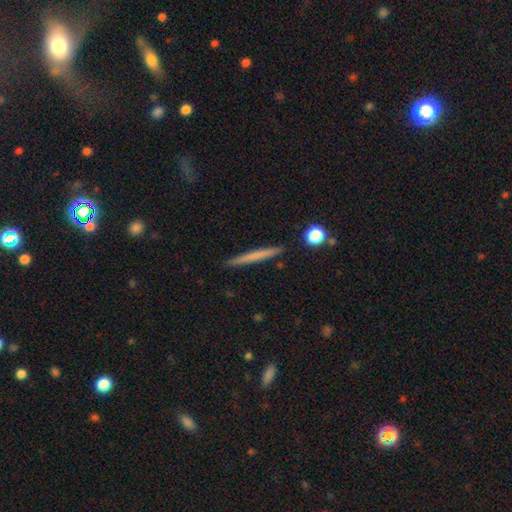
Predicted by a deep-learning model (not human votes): Smooth or featured?
  - smooth: 61% *
  - featured or disk: 32%
  - star or artifact: 6%
How rounded?
  - cigar-shaped: 96% *
  - in between: 2%
  - round: 2%
Merging?
  - none: 91% *
  - minor disturbance: 6%
  - merger: 2%
  - major disturbance: 1%